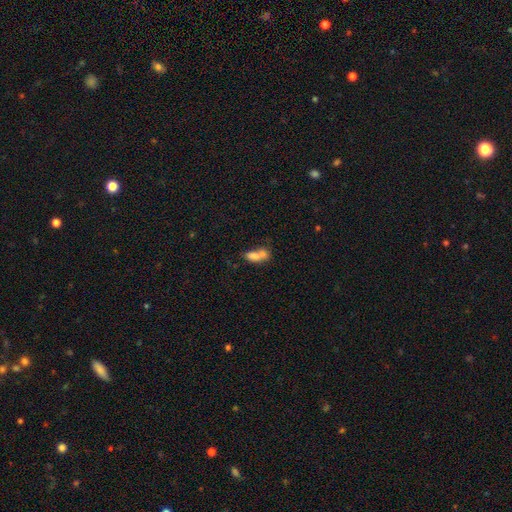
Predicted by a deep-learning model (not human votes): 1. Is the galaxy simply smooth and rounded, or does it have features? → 73% smooth, 17% featured or disk, 10% star or artifact.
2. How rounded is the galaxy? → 79% in between, 12% cigar-shaped, 9% round.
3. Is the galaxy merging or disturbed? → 60% merger, 23% none, 10% minor disturbance, 7% major disturbance.